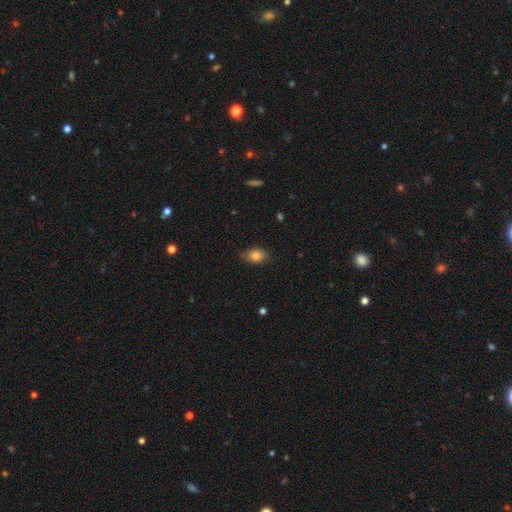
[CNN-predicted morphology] This appears to be a smooth galaxy with no disk features (83%) that is in between round and cigar-shaped (81%). Merging: none (77%).